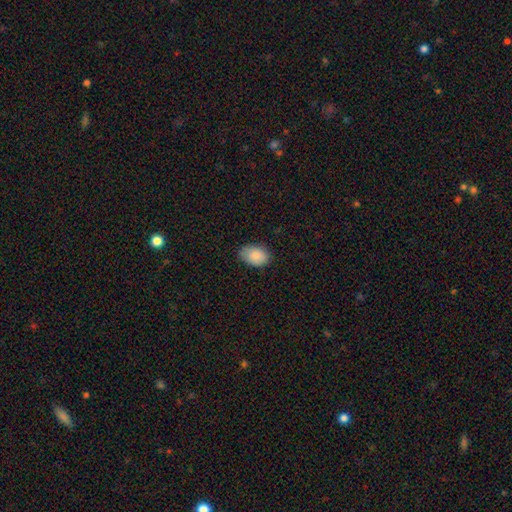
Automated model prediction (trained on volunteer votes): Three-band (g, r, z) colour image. It shows a smooth galaxy with no disk features (88%) that is in between round and cigar-shaped (85%). Merging: none (80%).